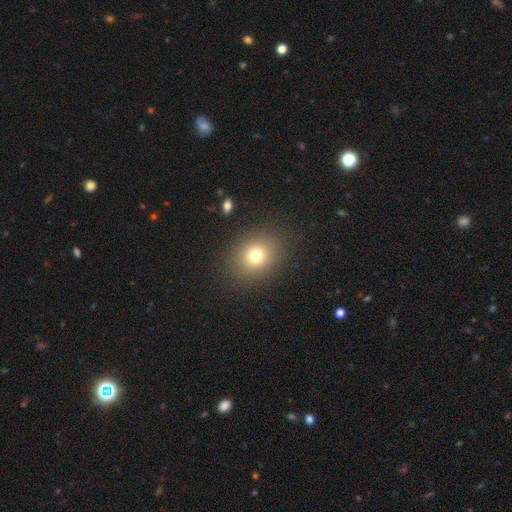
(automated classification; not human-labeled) Overall: smooth (74%). How rounded: round (63%; in between 36%). Merging: none (86%).